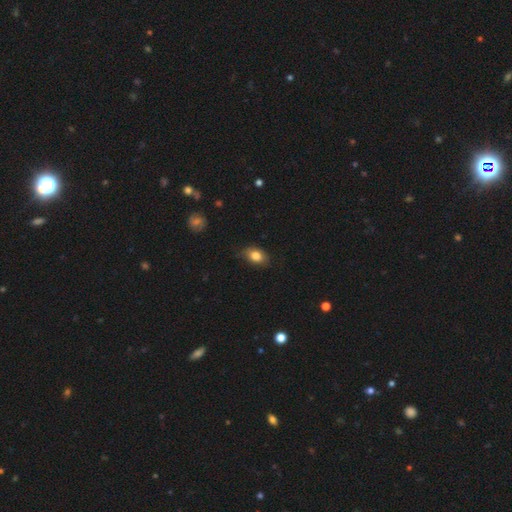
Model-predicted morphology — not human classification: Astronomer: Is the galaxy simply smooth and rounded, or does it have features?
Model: smooth — 83%.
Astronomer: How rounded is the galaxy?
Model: in between — 83%.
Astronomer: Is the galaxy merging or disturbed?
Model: none — 73%.